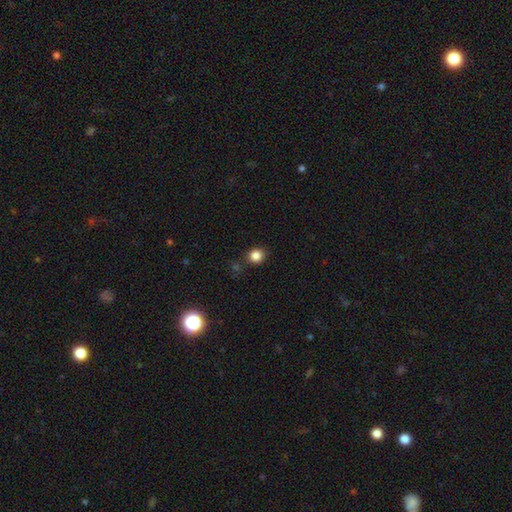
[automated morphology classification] A smooth galaxy with no disk features (84%) that is round (86%).

Vote fractions:
- Smooth or featured? smooth: 84% / star or artifact: 12% / featured or disk: 4%
- How rounded? round: 86% / in between: 13% / cigar-shaped: 1%
- Merging? none: 85% / minor disturbance: 9% / merger: 3% / major disturbance: 3%